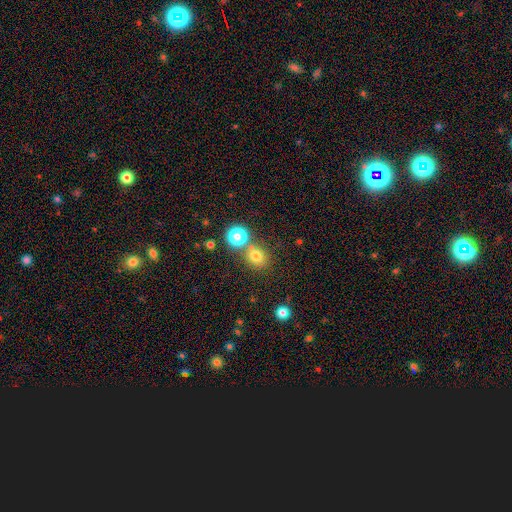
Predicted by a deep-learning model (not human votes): Smooth or featured?
  - smooth: 74% *
  - star or artifact: 18%
  - featured or disk: 8%
How rounded?
  - round: 73% *
  - in between: 26%
  - cigar-shaped: 1%
Merging?
  - none: 63% *
  - merger: 23%
  - minor disturbance: 10%
  - major disturbance: 4%